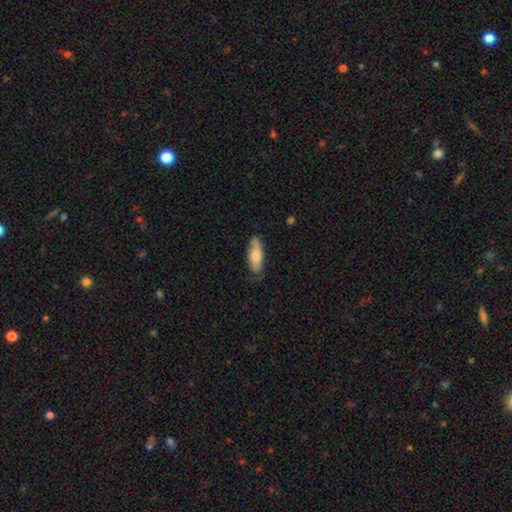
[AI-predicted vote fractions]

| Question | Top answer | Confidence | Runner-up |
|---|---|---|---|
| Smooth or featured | smooth | 69% | featured or disk (26%) |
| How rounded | in between | 70% | cigar-shaped (28%) |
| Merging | none | 67% | minor disturbance (26%) |